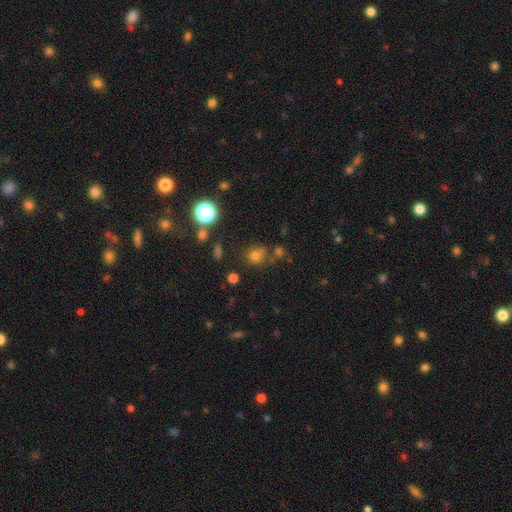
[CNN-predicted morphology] This appears to be a smooth galaxy with no disk features (69%) that is round (80%). Merging: none (65%).